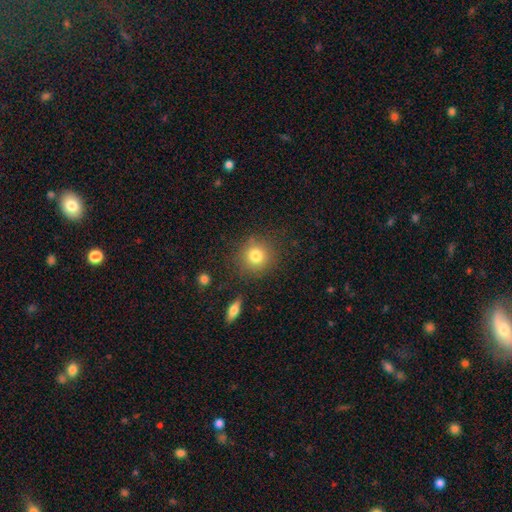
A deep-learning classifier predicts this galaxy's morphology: type=smooth (80%); roundness=round (91%); merging=none (83%).